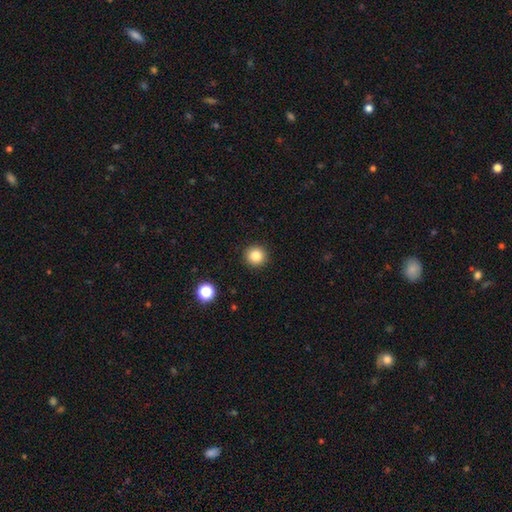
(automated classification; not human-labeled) Smooth or featured: smooth — 84% (star or artifact — 11%)
How rounded: round — 95% (in between — 4%)
Merging: none — 93% (minor disturbance — 5%)